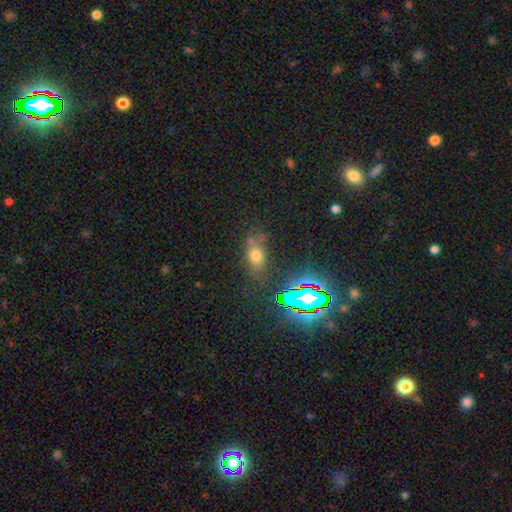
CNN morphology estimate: This is likely a smooth galaxy (61%). How rounded: likely in between (69%). Merging: likely none (65%).